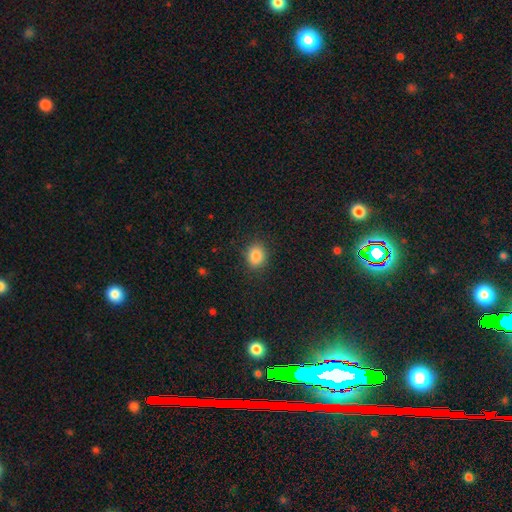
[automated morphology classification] smooth 85%, star or artifact 10%, featured or disk 5%. Down the decision tree: how rounded — round (63%); merging — none (88%).